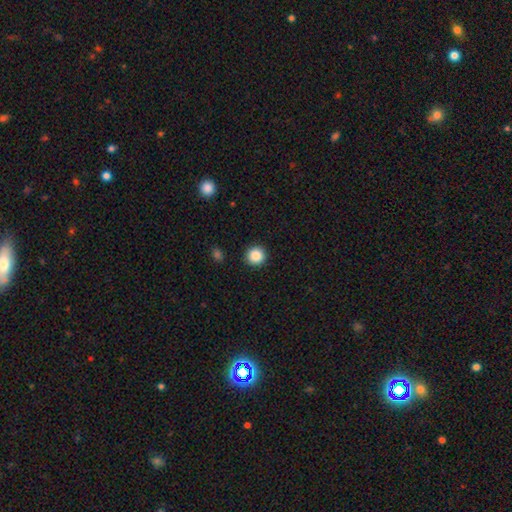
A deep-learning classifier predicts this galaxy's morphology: smooth 87%, star or artifact 9%, featured or disk 3%. Down the decision tree: how rounded — round (96%); merging — none (93%).